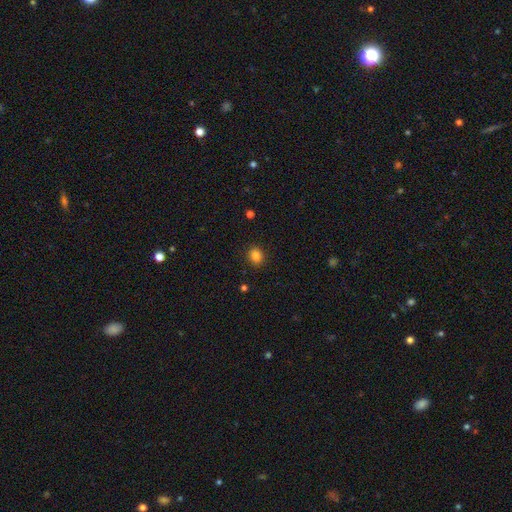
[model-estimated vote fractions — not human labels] Smooth or featured: smooth — 84% (star or artifact — 11%)
How rounded: round — 68% (in between — 31%)
Merging: none — 90% (minor disturbance — 7%)